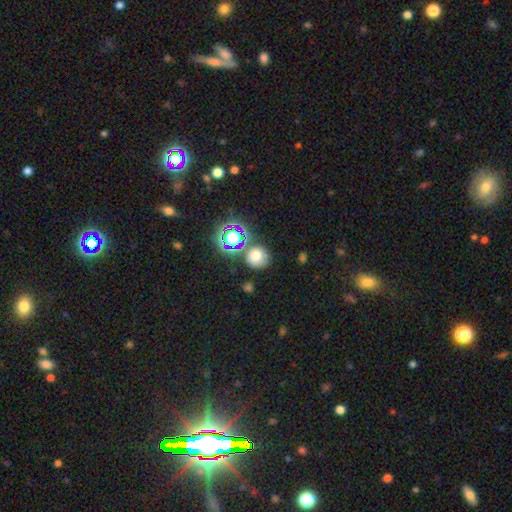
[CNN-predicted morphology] Smooth or featured?
  - smooth: 70% *
  - star or artifact: 22%
  - featured or disk: 9%
How rounded?
  - round: 85% *
  - in between: 14%
  - cigar-shaped: 1%
Merging?
  - none: 72% *
  - minor disturbance: 12%
  - merger: 12%
  - major disturbance: 5%